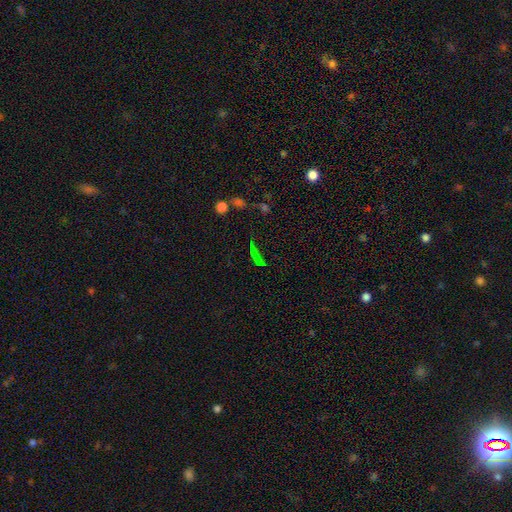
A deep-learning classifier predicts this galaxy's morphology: smooth-or-featured: star or artifact: 53% | smooth: 30% | featured or disk: 17%